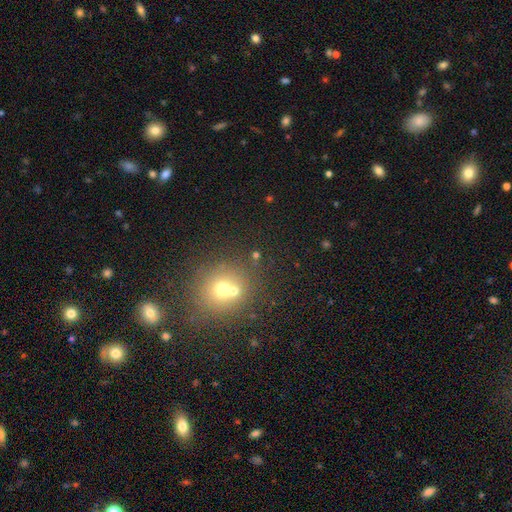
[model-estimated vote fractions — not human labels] Overall: smooth (58%; star or artifact 27%). How rounded: round (83%). Merging: none (54%; merger 35%).